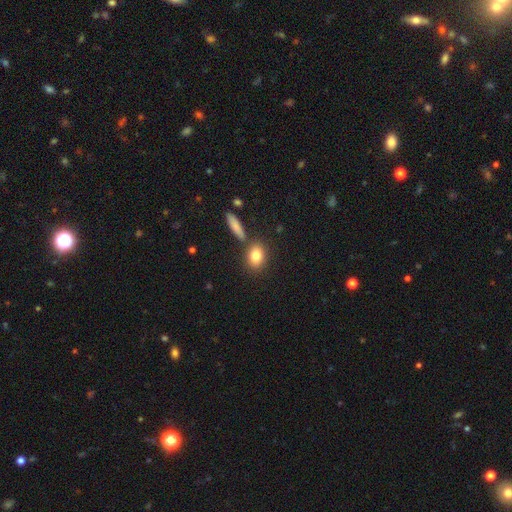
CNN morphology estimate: Smooth or featured?
  - smooth: 82% *
  - featured or disk: 10%
  - star or artifact: 8%
How rounded?
  - in between: 65% *
  - round: 31%
  - cigar-shaped: 4%
Merging?
  - none: 74% *
  - merger: 12%
  - minor disturbance: 11%
  - major disturbance: 3%